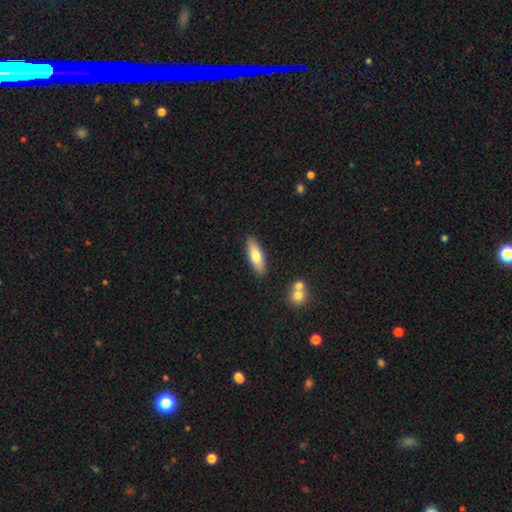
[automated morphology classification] Smooth or featured: smooth — 72% (featured or disk — 22%)
How rounded: in between — 51% (cigar-shaped — 47%)
Merging: none — 87% (minor disturbance — 8%)